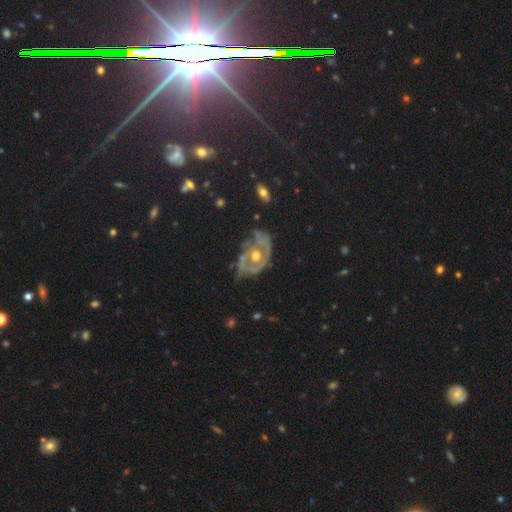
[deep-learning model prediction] Smooth or featured? featured or disk (73%)
Edge-on disk? no (95%)
Bar? no (82%)
Spiral arms? yes (60%)
Bulge size? moderate (73%)
Merging? none (50%)